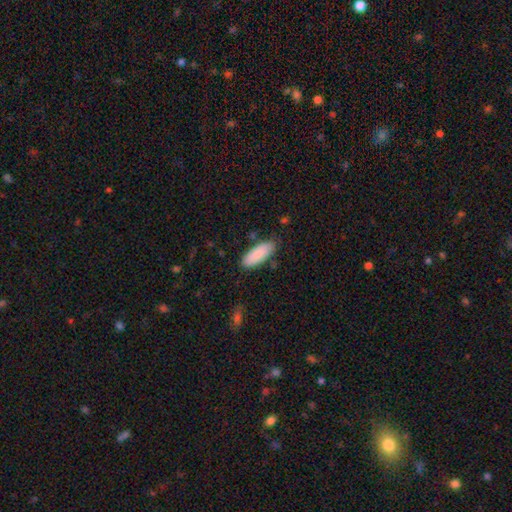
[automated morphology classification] smooth_or_featured: smooth (p=0.86) [alt: featured or disk p=0.09]
how_rounded: in between (p=0.81) [alt: cigar-shaped p=0.17]
merging: none (p=0.82) [alt: minor disturbance p=0.13]